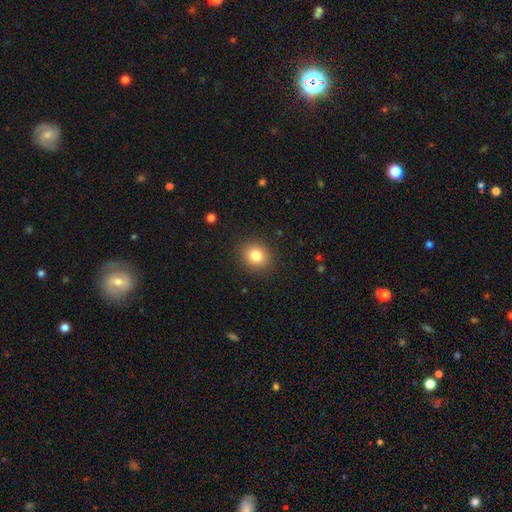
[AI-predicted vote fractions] A smooth galaxy with no disk features (82%) that is round (76%). Merging: none (89%).